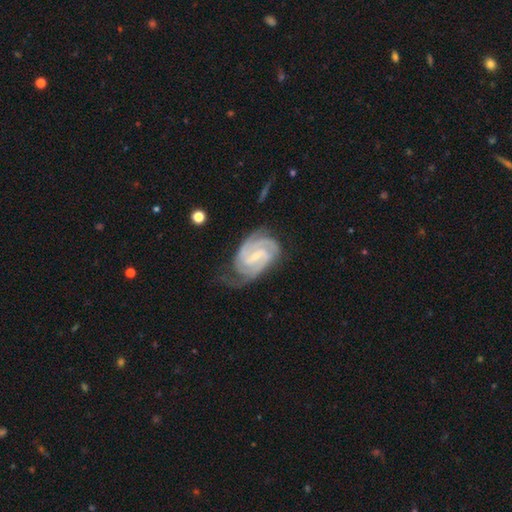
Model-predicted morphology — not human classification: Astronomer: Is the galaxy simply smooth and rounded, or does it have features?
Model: featured or disk — 91%.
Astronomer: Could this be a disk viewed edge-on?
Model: no — 98%.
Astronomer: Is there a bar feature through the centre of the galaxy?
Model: weak — 53% (runner-up: strong, 31%).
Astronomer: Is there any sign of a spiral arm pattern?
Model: yes — 98%.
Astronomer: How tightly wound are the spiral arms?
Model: tight — 63%.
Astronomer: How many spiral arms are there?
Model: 2 — 43% (runner-up: 3, 30%).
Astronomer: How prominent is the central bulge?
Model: small — 67%.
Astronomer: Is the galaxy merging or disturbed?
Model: none — 63%.